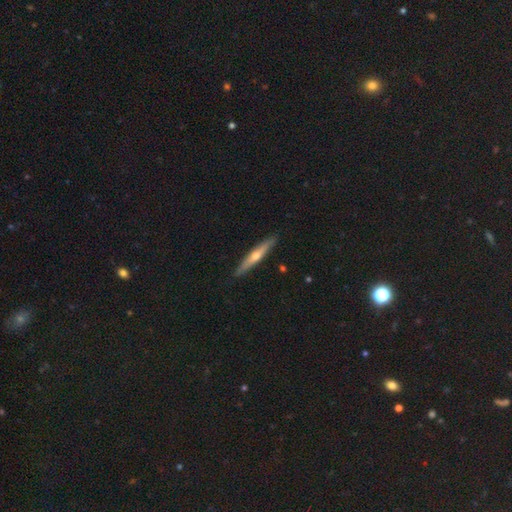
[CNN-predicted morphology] Q: Smooth or featured?
A: featured or disk (58%); runner-up: smooth (37%)
Q: Edge-on disk?
A: yes (95%); runner-up: no (5%)
Q: Edge-on bulge?
A: rounded (85%); runner-up: none (12%)
Q: Merging?
A: none (90%); runner-up: minor disturbance (7%)